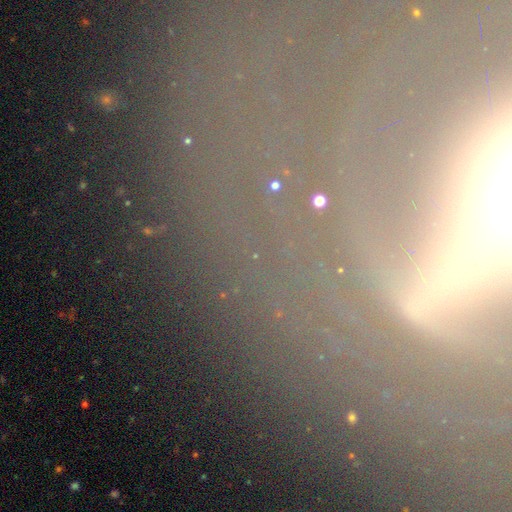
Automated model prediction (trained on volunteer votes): smooth-or-featured: star or artifact: 56% | featured or disk: 25% | smooth: 19%